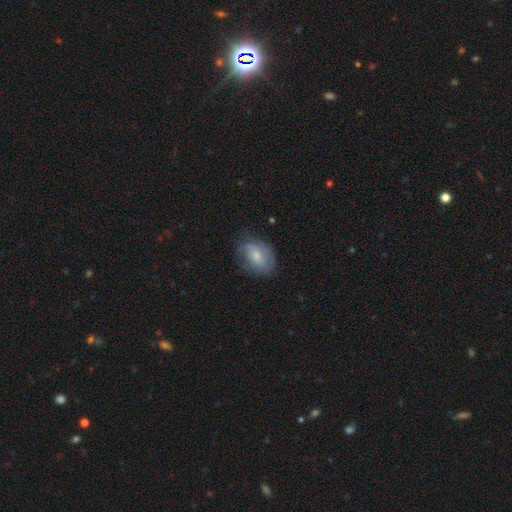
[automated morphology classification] smooth 60%, featured or disk 33%, star or artifact 8%. Down the decision tree: how rounded — in between (73%); merging — none (65%).